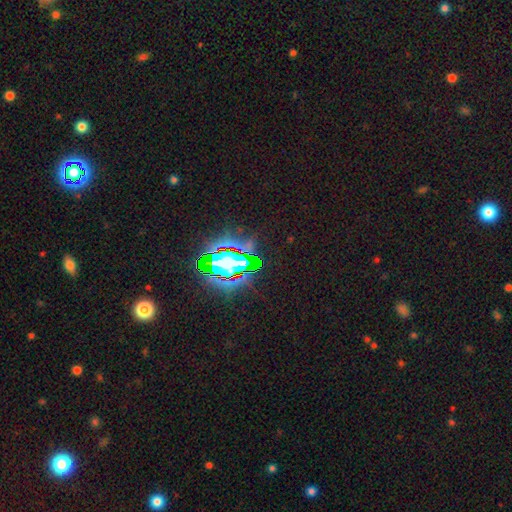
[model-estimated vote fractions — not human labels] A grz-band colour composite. It shows a star or artifact, not a galaxy (83%).